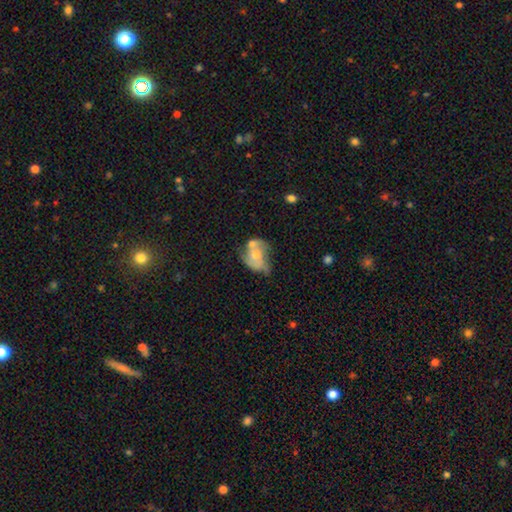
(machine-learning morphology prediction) Smooth or featured? featured or disk (57%)
Edge-on disk? no (97%)
Bar? no (77%)
Spiral arms? yes (65%)
Bulge size? moderate (42%)
Merging? merger (35%)